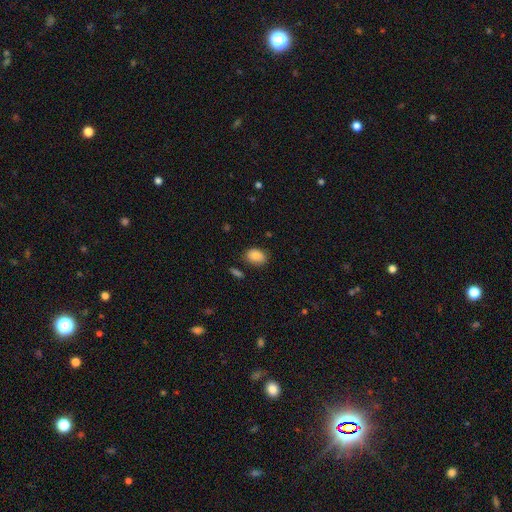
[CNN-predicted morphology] Smooth or featured?
  - smooth: 86% *
  - star or artifact: 8%
  - featured or disk: 6%
How rounded?
  - in between: 78% *
  - round: 21%
  - cigar-shaped: 1%
Merging?
  - none: 78% *
  - minor disturbance: 15%
  - major disturbance: 3%
  - merger: 3%